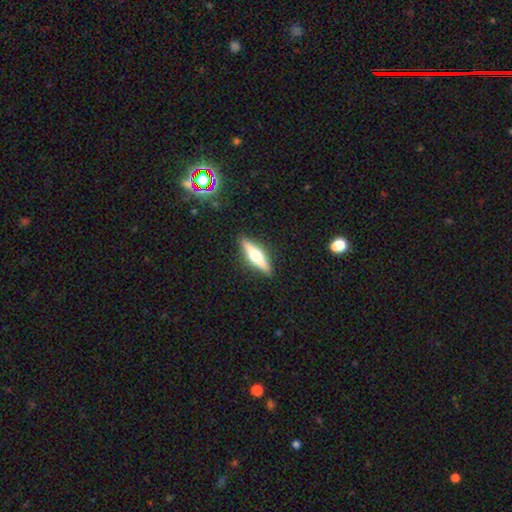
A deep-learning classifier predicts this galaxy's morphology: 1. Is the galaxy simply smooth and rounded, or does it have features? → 61% featured or disk, 33% smooth, 6% star or artifact.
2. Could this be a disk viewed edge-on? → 96% yes, 4% no.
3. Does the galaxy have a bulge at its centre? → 91% rounded, 6% boxy, 3% none.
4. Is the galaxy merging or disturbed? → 90% none, 7% minor disturbance, 2% major disturbance, 1% merger.